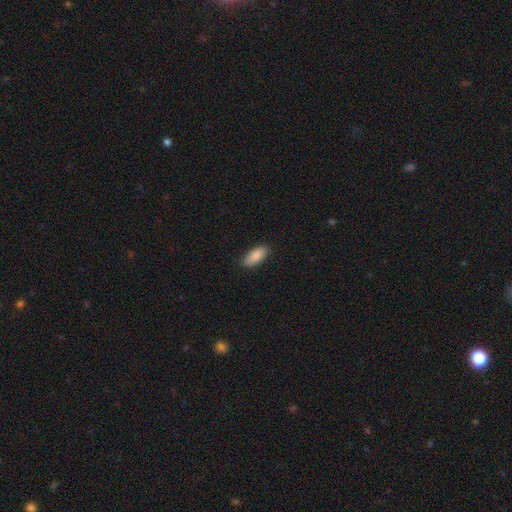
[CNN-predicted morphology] smooth_or_featured: smooth (p=0.87) [alt: featured or disk p=0.07]
how_rounded: in between (p=0.85) [alt: cigar-shaped p=0.13]
merging: none (p=0.87) [alt: minor disturbance p=0.10]